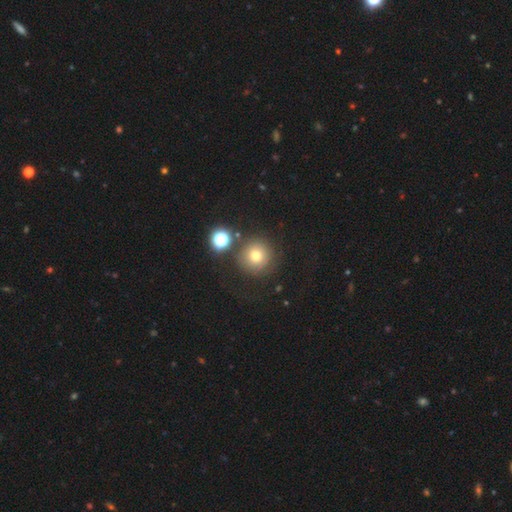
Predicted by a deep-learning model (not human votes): This is likely a smooth galaxy (71%). How rounded: clearly round (95%). Merging: likely none (79%).